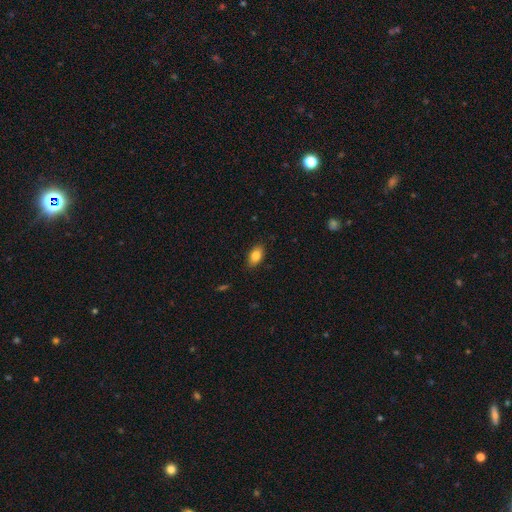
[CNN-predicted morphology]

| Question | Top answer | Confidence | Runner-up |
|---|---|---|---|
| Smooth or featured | smooth | 84% | featured or disk (8%) |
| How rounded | in between | 90% | round (8%) |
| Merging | none | 87% | minor disturbance (10%) |